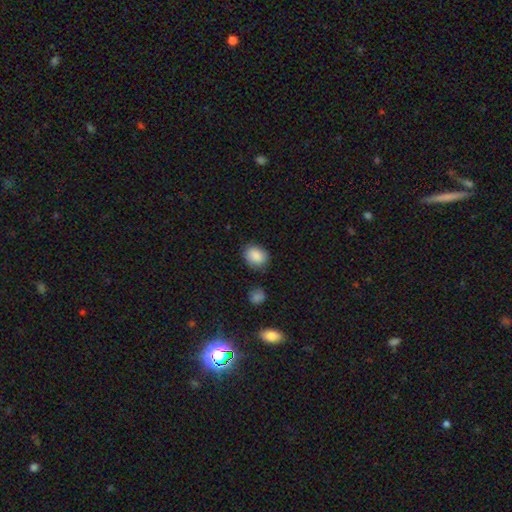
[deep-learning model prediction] This appears to be a smooth galaxy with no disk features (88%) that is in between round and cigar-shaped (60%). Merging: none (79%).